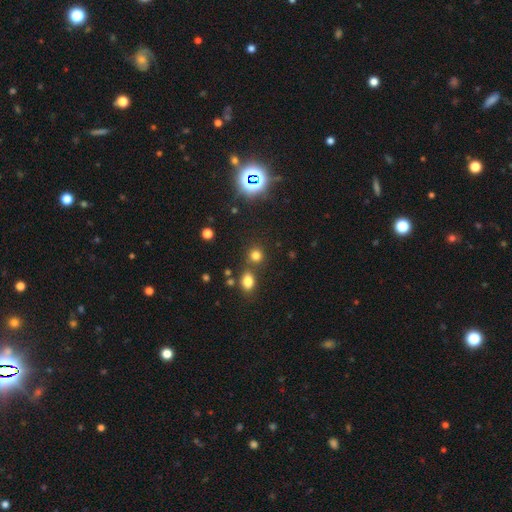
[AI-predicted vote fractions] A smooth galaxy with no disk features (73%) that is round (80%).

Vote fractions:
- Smooth or featured? smooth: 73% / star or artifact: 21% / featured or disk: 6%
- How rounded? round: 80% / in between: 19% / cigar-shaped: 1%
- Merging? none: 71% / merger: 17% / minor disturbance: 8% / major disturbance: 3%